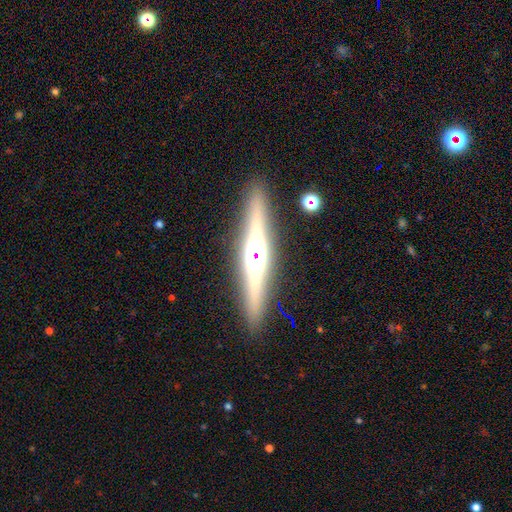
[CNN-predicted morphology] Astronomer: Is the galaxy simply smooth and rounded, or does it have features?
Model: featured or disk — 72%.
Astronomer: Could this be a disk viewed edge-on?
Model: yes — 96%.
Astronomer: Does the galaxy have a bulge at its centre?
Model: rounded — 91%.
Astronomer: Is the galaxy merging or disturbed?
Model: none — 89%.